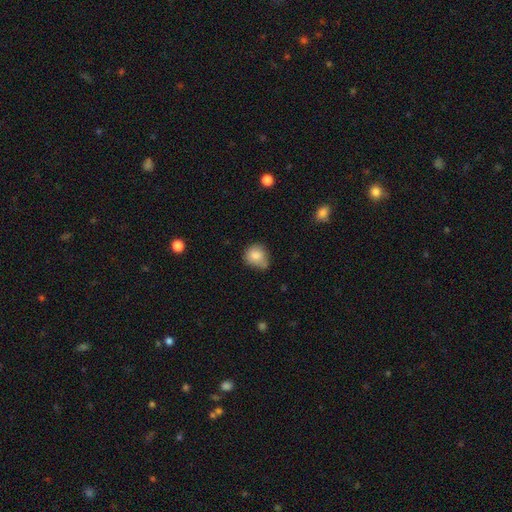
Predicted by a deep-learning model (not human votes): Smooth or featured? Predicted: smooth (p=0.82). How rounded? Predicted: round (p=0.74). Merging? Predicted: none (p=0.51).